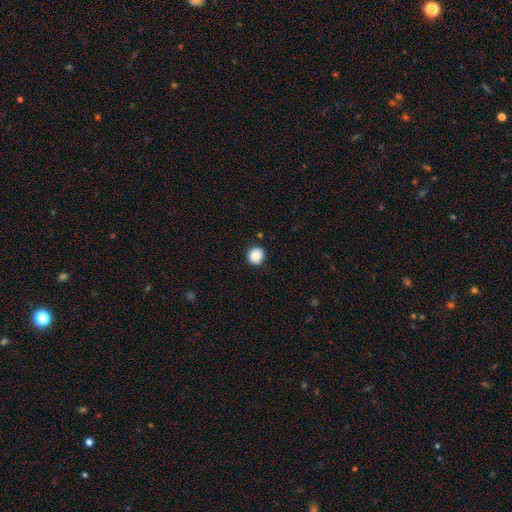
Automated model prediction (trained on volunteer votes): Smooth or featured? Predicted: smooth (p=0.87). How rounded? Predicted: round (p=0.90). Merging? Predicted: none (p=0.88).